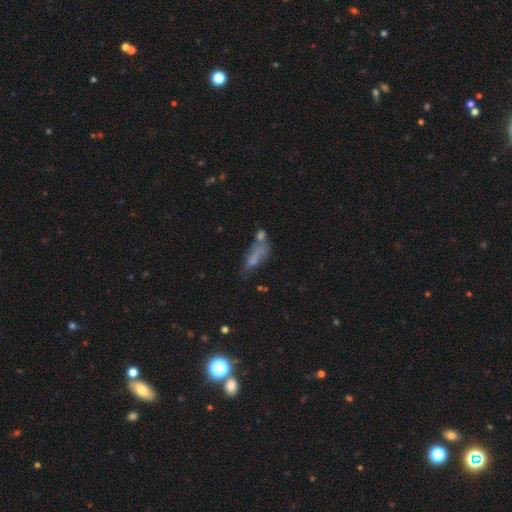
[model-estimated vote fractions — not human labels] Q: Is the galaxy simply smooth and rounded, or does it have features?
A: smooth — 55%.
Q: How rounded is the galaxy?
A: in between — 56%.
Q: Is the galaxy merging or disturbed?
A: none — 32%.